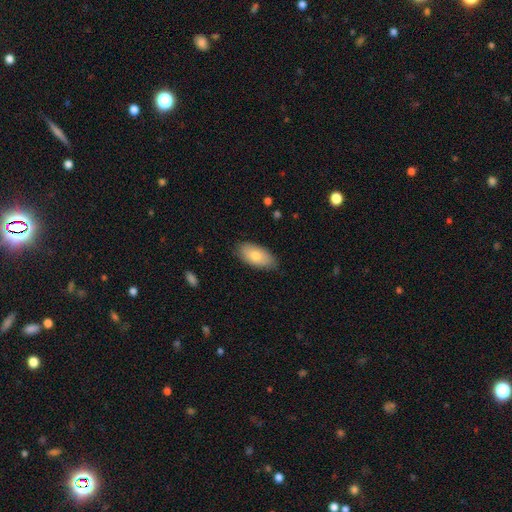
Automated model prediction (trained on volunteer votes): A smooth galaxy with no disk features (77%) that is in between round and cigar-shaped (93%). Merging: none (80%).